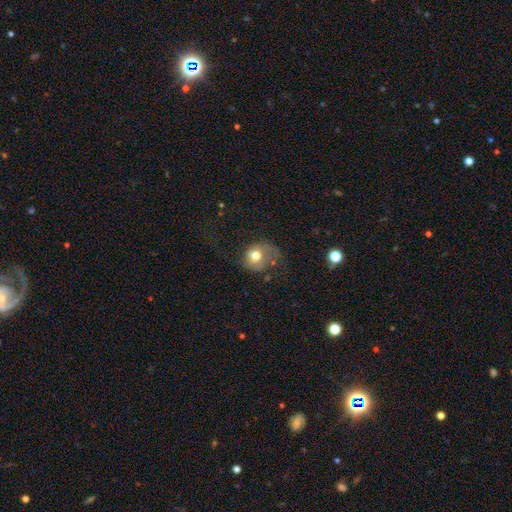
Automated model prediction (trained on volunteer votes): A smooth galaxy with no disk features (63%) that is round (67%). Merging: major disturbance (38%).